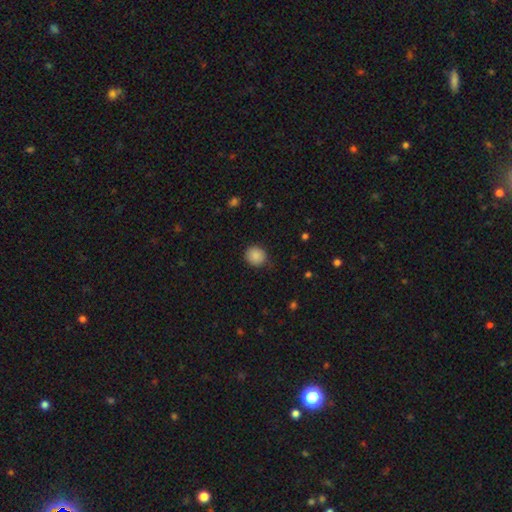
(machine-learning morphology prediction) This is clearly a smooth galaxy (88%). How rounded: clearly round (83%). Merging: clearly none (84%).